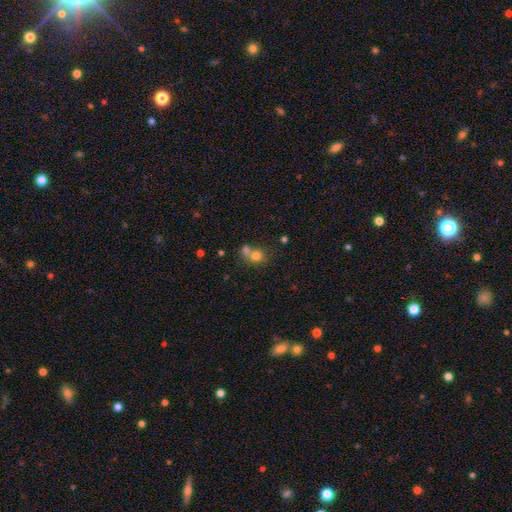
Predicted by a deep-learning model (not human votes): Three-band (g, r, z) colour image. It shows a smooth galaxy with no disk features (75%) that is round (79%). Merging: merger (50%).